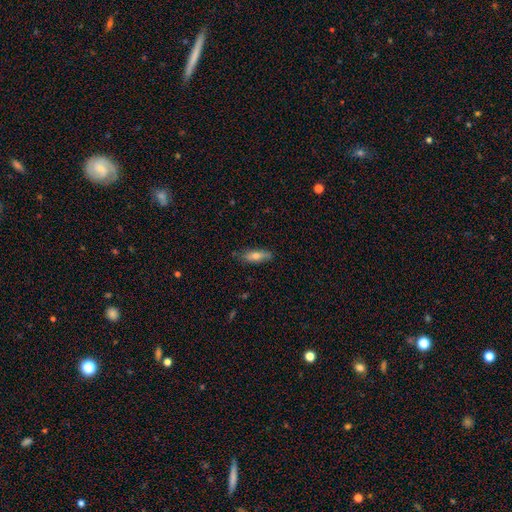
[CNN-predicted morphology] The model was most divided on "how rounded": in between: 51%, cigar-shaped: 46%, round: 2%. More confident: merging — none (79%); smooth or featured — smooth (68%).